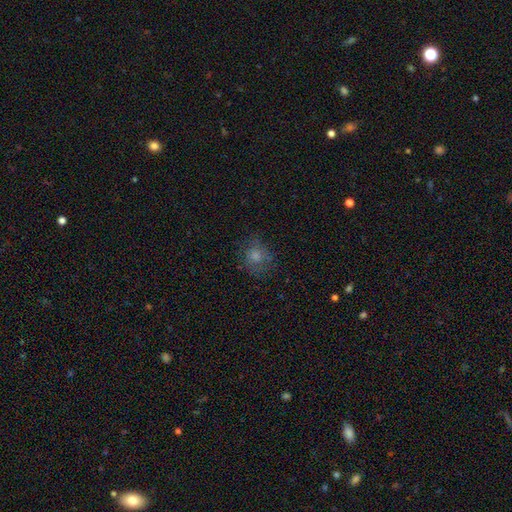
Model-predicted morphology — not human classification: smooth-or-featured: smooth: 57% | star or artifact: 23% | featured or disk: 19%
  how-rounded: round: 77% | in between: 22% | cigar-shaped: 1%
  merging: none: 74% | minor disturbance: 16% | major disturbance: 8% | merger: 1%